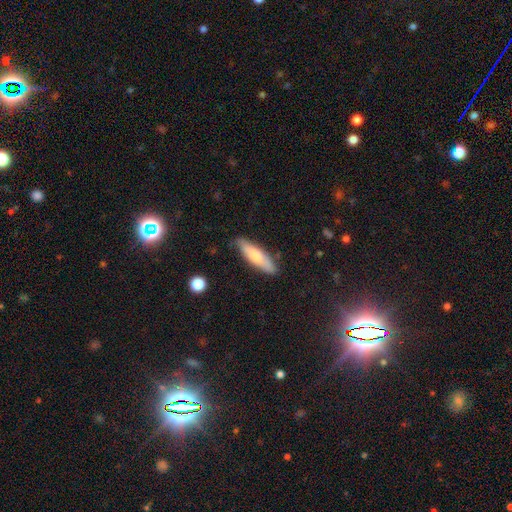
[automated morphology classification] This is likely a smooth galaxy (65%). How rounded: possibly cigar-shaped (60%). Merging: likely none (79%).